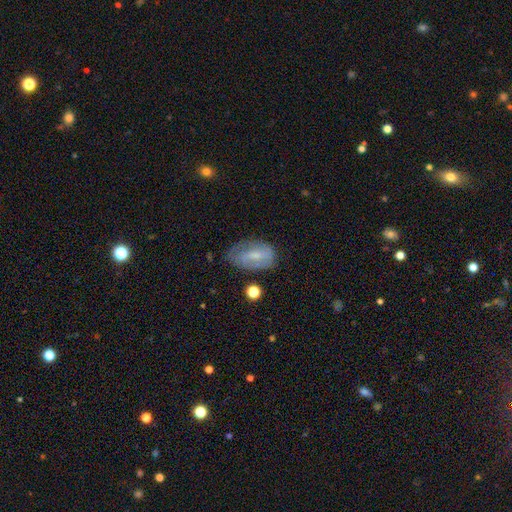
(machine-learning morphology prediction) This is possibly a featured or disk galaxy (51%). It is clearly not viewed edge-on (93%). Merging: possibly none (55%).